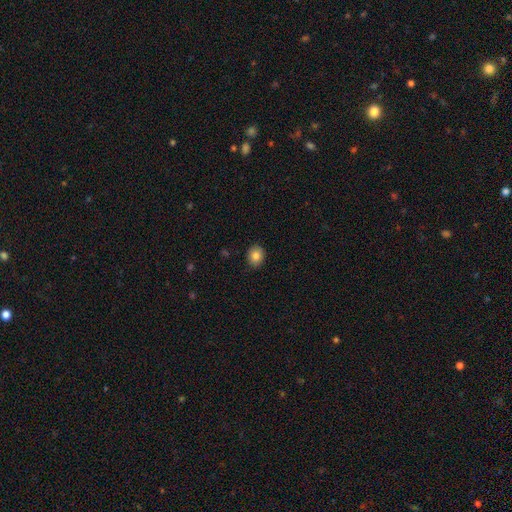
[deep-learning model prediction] Q: Smooth or featured?
A: smooth (83%); runner-up: star or artifact (9%)
Q: How rounded?
A: round (57%); runner-up: in between (42%)
Q: Merging?
A: none (88%); runner-up: minor disturbance (9%)